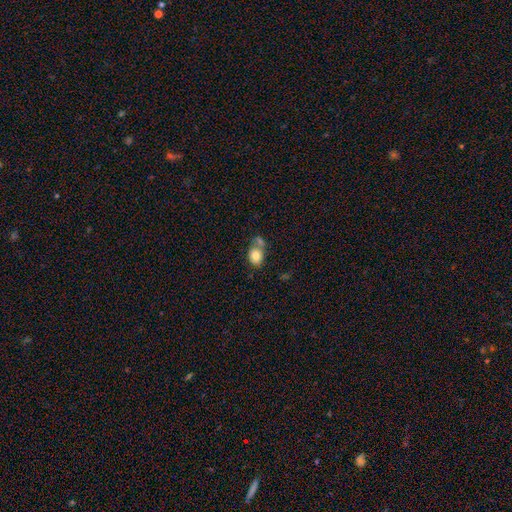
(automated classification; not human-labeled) Morphology: type=smooth (80%); roundness=in between (63%); merging=none (47%).